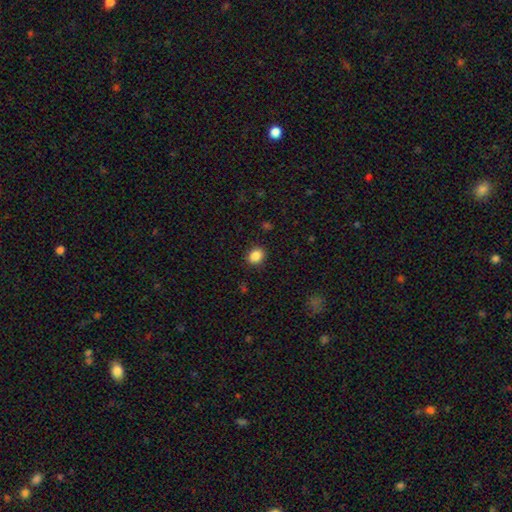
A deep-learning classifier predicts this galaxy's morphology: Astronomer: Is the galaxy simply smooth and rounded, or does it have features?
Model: smooth — 87%.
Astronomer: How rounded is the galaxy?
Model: round — 56% (runner-up: in between, 43%).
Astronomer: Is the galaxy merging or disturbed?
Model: none — 88%.